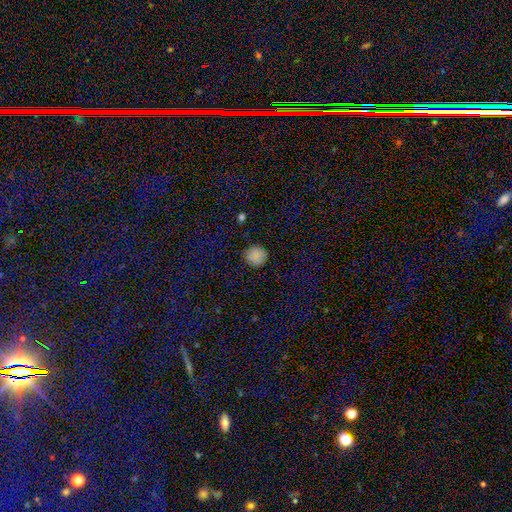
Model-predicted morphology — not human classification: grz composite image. It shows a smooth galaxy with no disk features (85%) that is round (93%). Merging: none (87%).